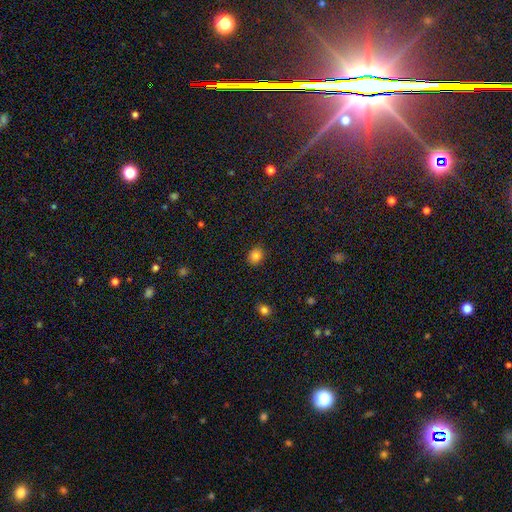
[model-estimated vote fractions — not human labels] smooth_or_featured: smooth (p=0.83) [alt: star or artifact p=0.11]
how_rounded: round (p=0.59) [alt: in between p=0.40]
merging: none (p=0.87) [alt: minor disturbance p=0.09]